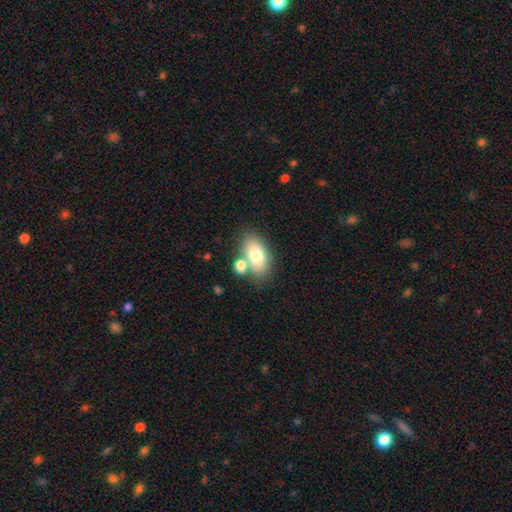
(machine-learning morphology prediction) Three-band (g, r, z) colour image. It shows a smooth galaxy with no disk features (74%) that is in between round and cigar-shaped (90%). Merging: none (56%).